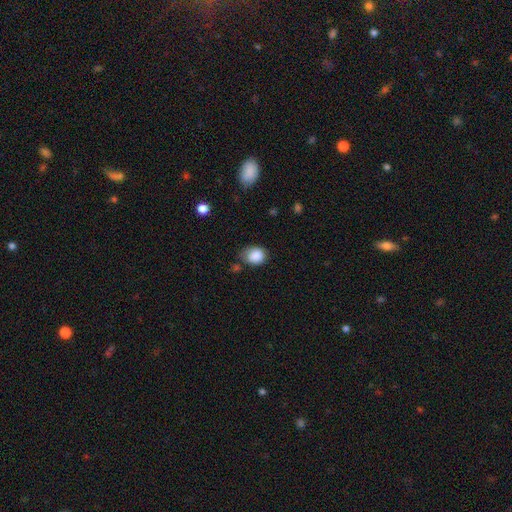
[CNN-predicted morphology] Overall: smooth (86%). How rounded: round (50%; in between 49%). Merging: none (54%; minor disturbance 32%).